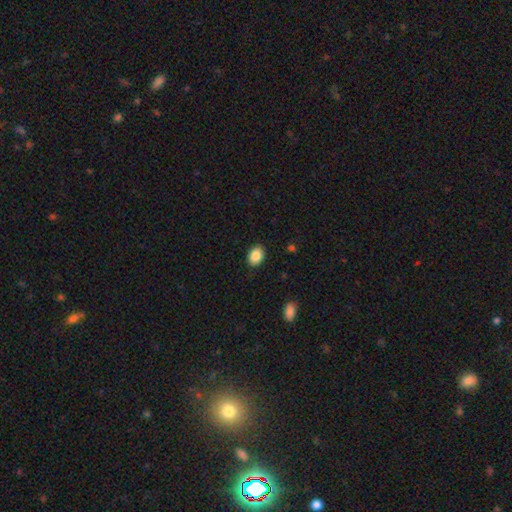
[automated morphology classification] Smooth or featured?
  - smooth: 87% *
  - star or artifact: 8%
  - featured or disk: 5%
How rounded?
  - in between: 73% *
  - round: 26%
  - cigar-shaped: 1%
Merging?
  - none: 88% *
  - minor disturbance: 9%
  - major disturbance: 2%
  - merger: 1%